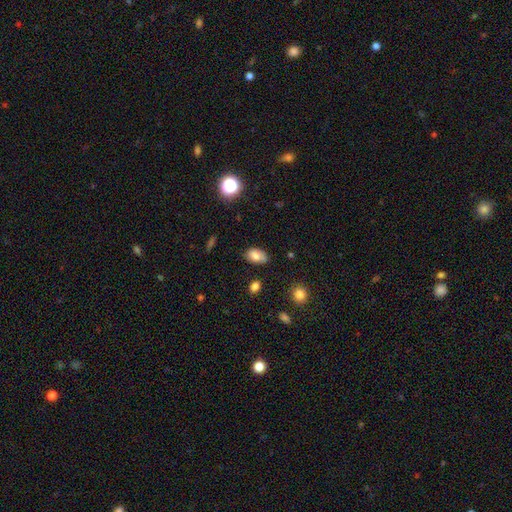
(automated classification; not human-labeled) Smooth or featured? Predicted: smooth (p=0.79). How rounded? Predicted: in between (p=0.90). Merging? Predicted: none (p=0.74).